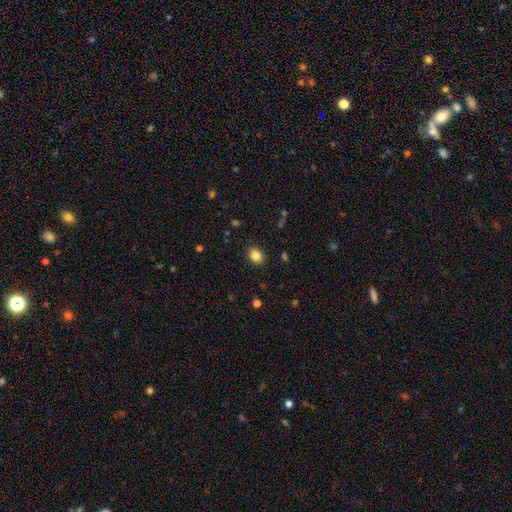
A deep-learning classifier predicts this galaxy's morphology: The model was most divided on "how rounded": in between: 52%, round: 47%, cigar-shaped: 1%. More confident: merging — none (89%); smooth or featured — smooth (84%).